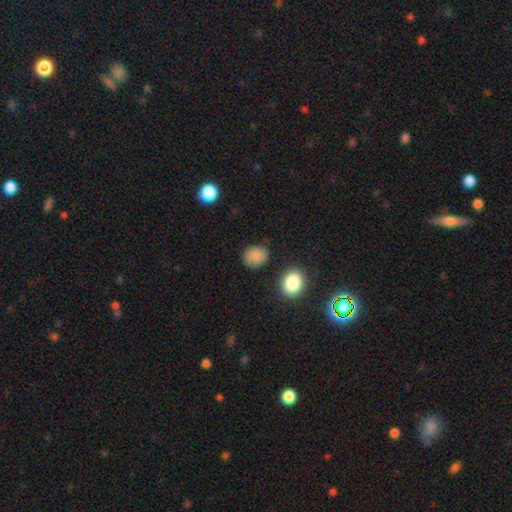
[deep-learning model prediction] Overall: smooth (85%). How rounded: round (63%; in between 36%). Merging: none (81%).